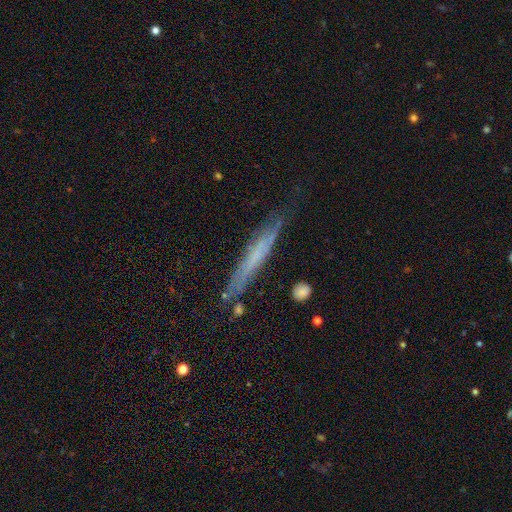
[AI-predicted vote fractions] Smooth or featured? Predicted: featured or disk (p=0.46, tied with smooth). Merging? Predicted: none (p=0.73).